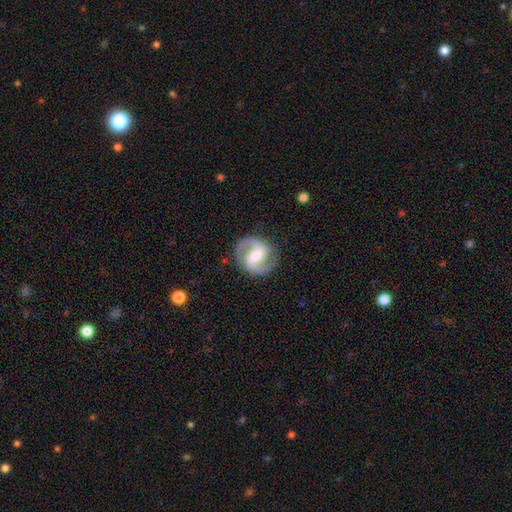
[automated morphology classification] Smooth or featured? featured or disk (90%)
Edge-on disk? no (98%)
Bar? weak (46%)
Spiral arms? yes (98%)
Spiral winding? medium (61%)
Spiral arm count? 2 (94%)
Bulge size? moderate (55%)
Merging? none (87%)